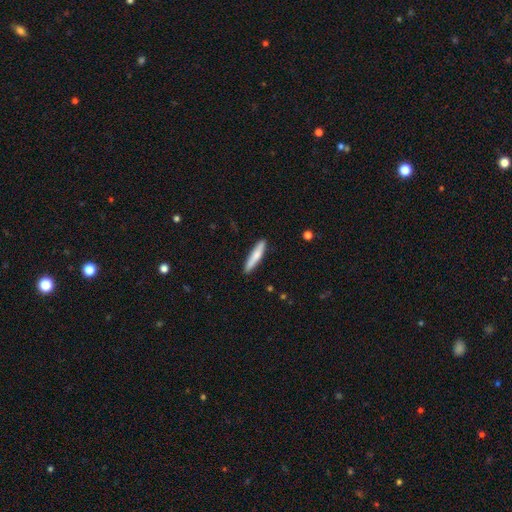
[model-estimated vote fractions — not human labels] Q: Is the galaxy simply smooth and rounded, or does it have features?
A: smooth — 73%.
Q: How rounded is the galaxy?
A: cigar-shaped — 90%.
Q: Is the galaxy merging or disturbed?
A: none — 88%.